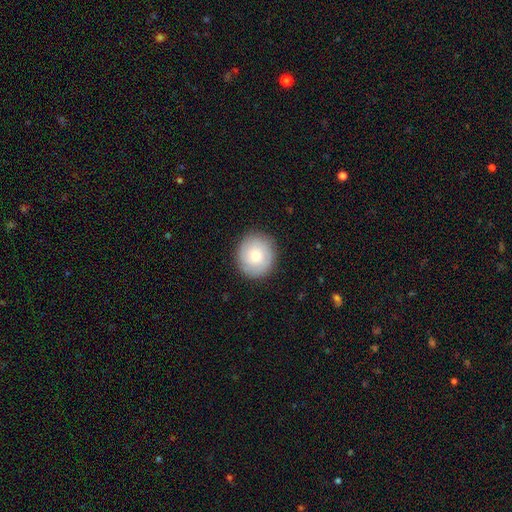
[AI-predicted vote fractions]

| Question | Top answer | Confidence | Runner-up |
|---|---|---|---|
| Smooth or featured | smooth | 71% | featured or disk (22%) |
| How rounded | round | 86% | in between (13%) |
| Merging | none | 87% | minor disturbance (9%) |